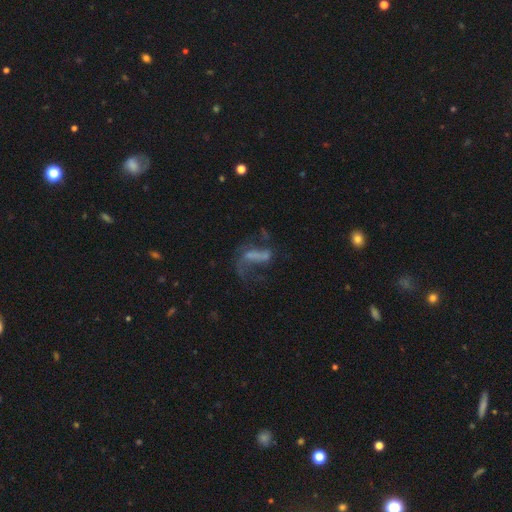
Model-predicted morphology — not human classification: This appears to be a featured or disk galaxy (57%) with no bar (45%), spiral arms (55%) and no central bulge (63%). Merging: major disturbance (43%).